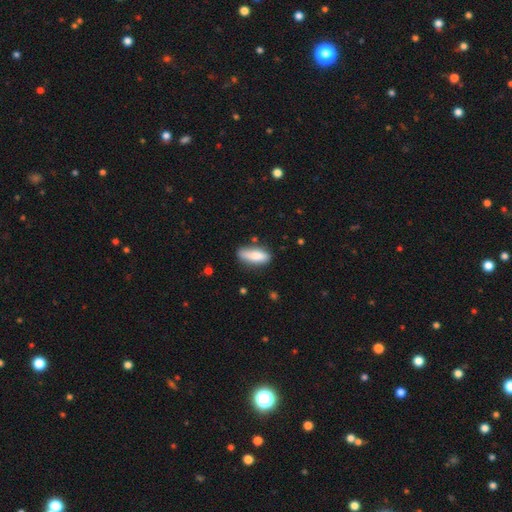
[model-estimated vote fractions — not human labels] A smooth galaxy with no disk features (79%) that is in between round and cigar-shaped (67%).

Vote fractions:
- Smooth or featured? smooth: 79% / featured or disk: 15% / star or artifact: 6%
- How rounded? in between: 67% / cigar-shaped: 31% / round: 2%
- Merging? none: 70% / minor disturbance: 21% / major disturbance: 4% / merger: 4%